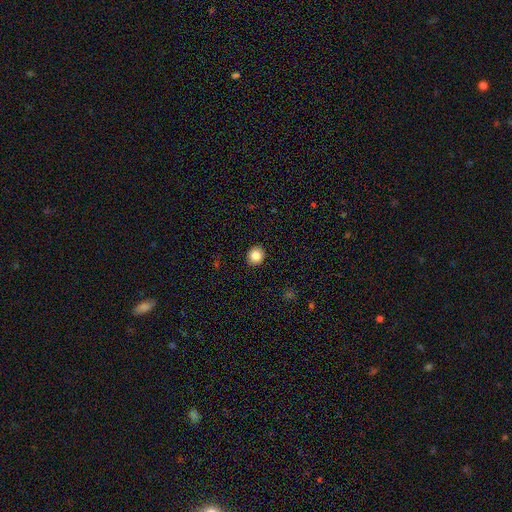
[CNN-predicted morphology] Smooth or featured? smooth (84%)
How rounded? round (82%)
Merging? none (92%)